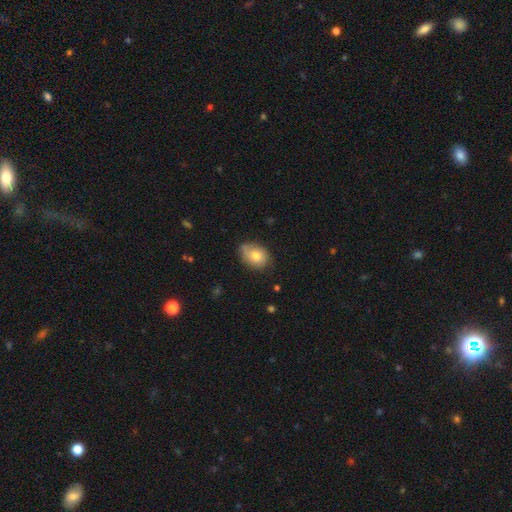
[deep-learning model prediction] smooth 73%, featured or disk 19%, star or artifact 8%. Down the decision tree: how rounded — in between (67%); merging — none (61%).